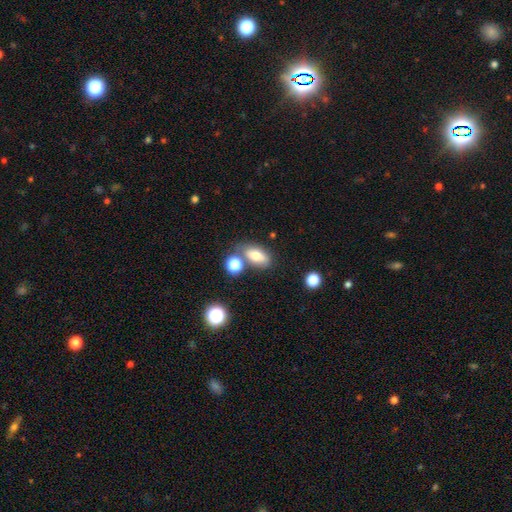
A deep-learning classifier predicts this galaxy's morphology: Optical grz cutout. It shows a smooth galaxy with no disk features (70%) that is in between round and cigar-shaped (83%). Merging: none (64%).